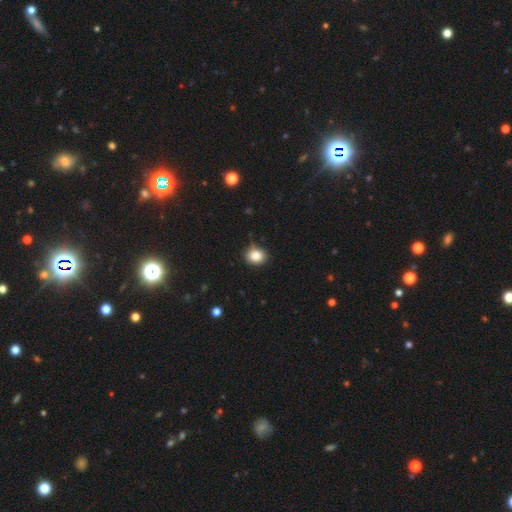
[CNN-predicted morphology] smooth_or_featured: smooth (p=0.84) [alt: star or artifact p=0.10]
how_rounded: round (p=0.69) [alt: in between p=0.30]
merging: none (p=0.79) [alt: minor disturbance p=0.17]